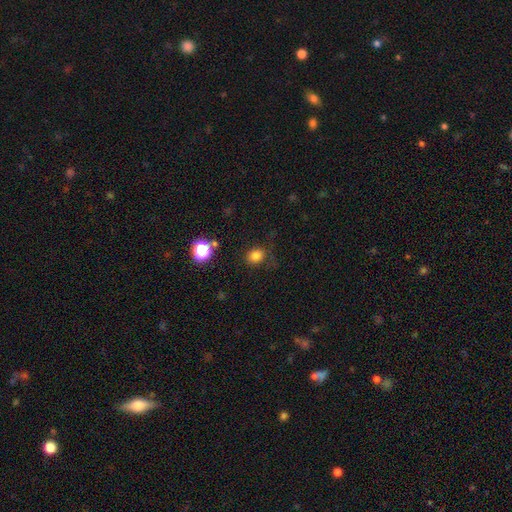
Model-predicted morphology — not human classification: Overall: smooth (80%). How rounded: round (66%; in between 33%). Merging: none (76%).